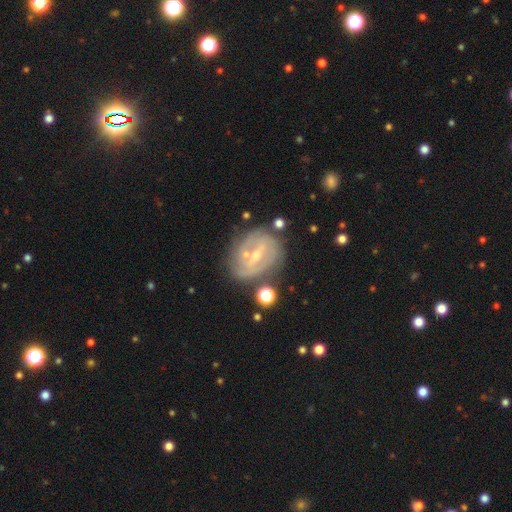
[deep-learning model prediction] Smooth or featured: featured or disk — 74% (smooth — 16%)
Edge-on disk: no — 95% (yes — 5%)
Bar: weak — 45% (strong — 34%)
Spiral arms: yes — 78% (no — 22%)
Spiral winding: tight — 55% (medium — 32%)
Spiral arm count: 2 — 39% (tied with can't tell — 39%)
Bulge size: small — 70% (moderate — 24%)
Merging: none — 67% (minor disturbance — 19%)